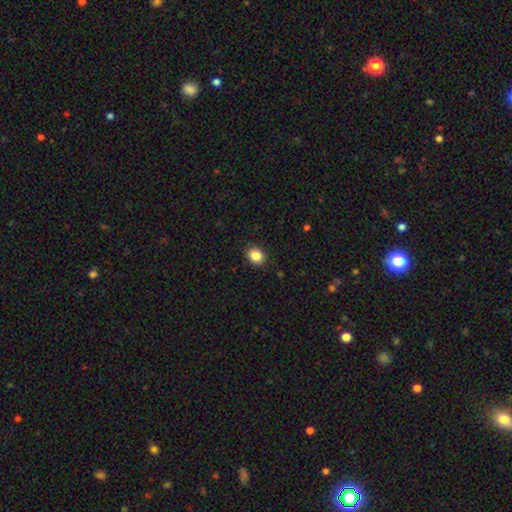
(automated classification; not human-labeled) Q: Smooth or featured?
A: smooth (87%); runner-up: star or artifact (9%)
Q: How rounded?
A: round (50%); runner-up: in between (49%)
Q: Merging?
A: none (90%); runner-up: minor disturbance (7%)